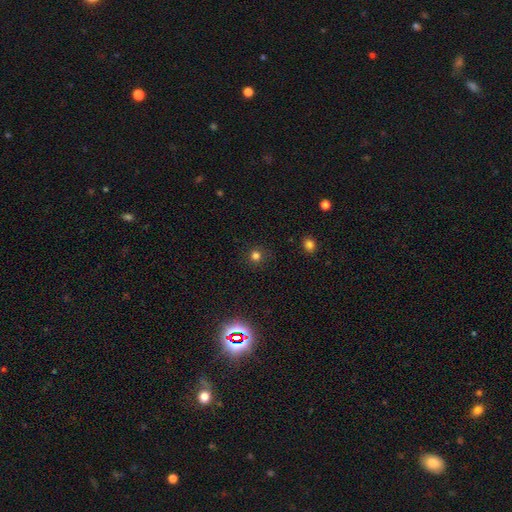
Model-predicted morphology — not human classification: Smooth or featured? smooth (76%)
How rounded? round (92%)
Merging? none (88%)